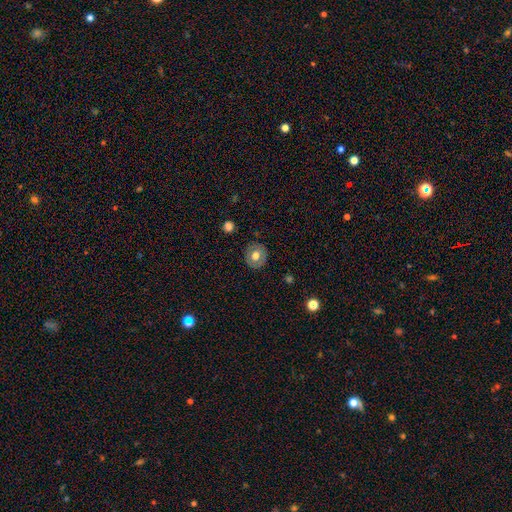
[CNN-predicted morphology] A smooth galaxy with no disk features (63%) that is round (82%).

Vote fractions:
- Smooth or featured? smooth: 63% / featured or disk: 29% / star or artifact: 8%
- How rounded? round: 82% / in between: 18% / cigar-shaped: 1%
- Merging? none: 86% / minor disturbance: 10% / major disturbance: 3% / merger: 1%